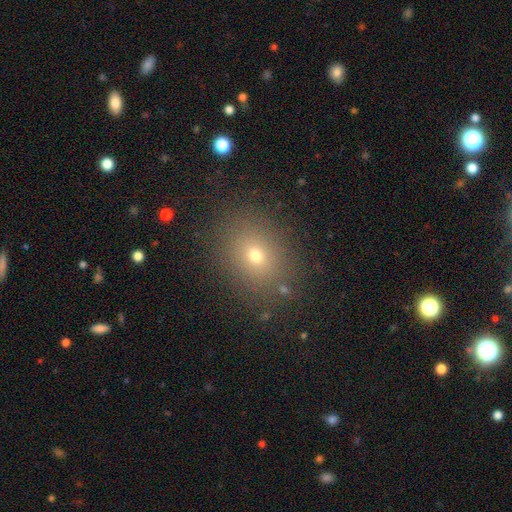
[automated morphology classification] This appears to be a smooth galaxy with no disk features (69%) that is round (53%). Merging: none (84%).